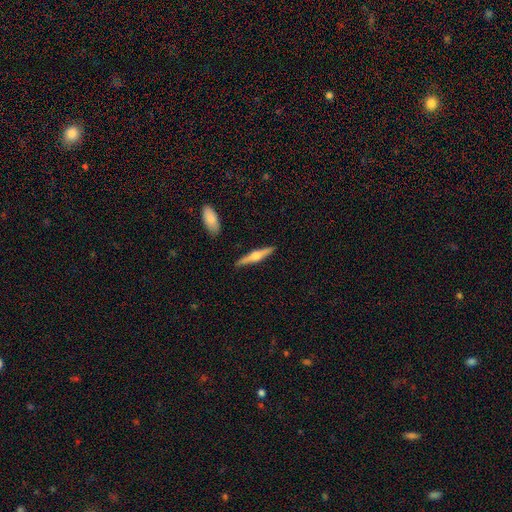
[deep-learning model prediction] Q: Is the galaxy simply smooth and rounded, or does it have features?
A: featured or disk — 65%.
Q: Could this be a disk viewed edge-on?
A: yes — 97%.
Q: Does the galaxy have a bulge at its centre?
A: rounded — 90%.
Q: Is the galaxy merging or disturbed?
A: none — 89%.